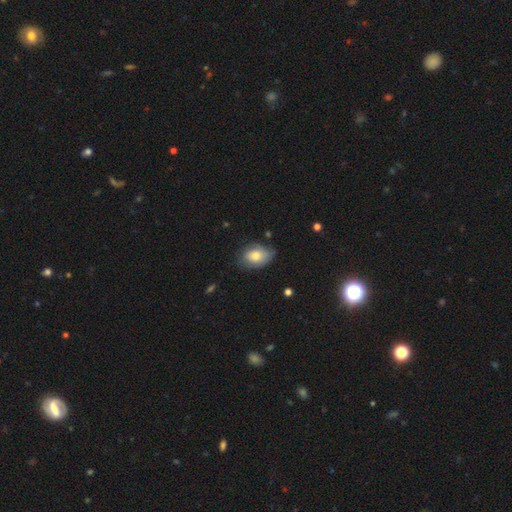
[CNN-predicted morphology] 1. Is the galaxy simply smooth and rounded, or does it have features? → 65% smooth, 27% featured or disk, 7% star or artifact.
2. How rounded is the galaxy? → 80% in between, 19% round, 1% cigar-shaped.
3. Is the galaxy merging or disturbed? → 62% none, 29% minor disturbance, 7% major disturbance, 2% merger.